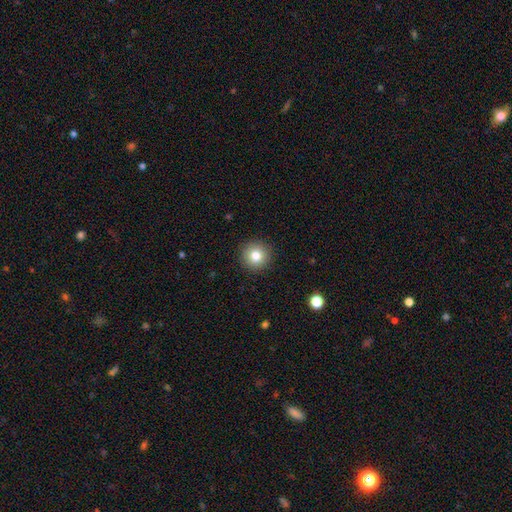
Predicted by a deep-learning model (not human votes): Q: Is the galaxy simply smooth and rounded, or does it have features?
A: smooth — 81%.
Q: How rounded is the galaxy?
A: round — 95%.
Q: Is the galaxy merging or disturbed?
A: none — 92%.